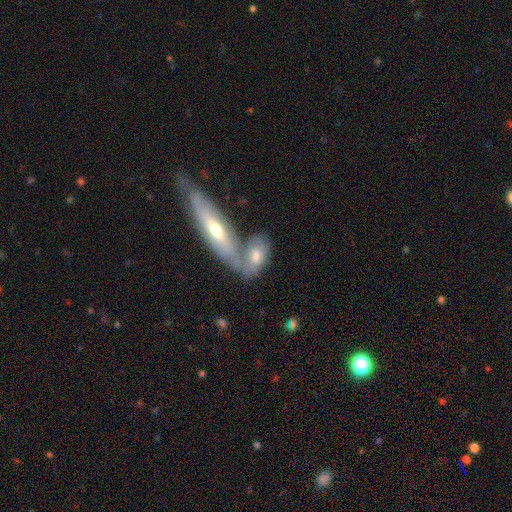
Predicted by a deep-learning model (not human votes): smooth 56%, featured or disk 38%, star or artifact 6%. Down the decision tree: how rounded — in between (70%); merging — merger (48%).